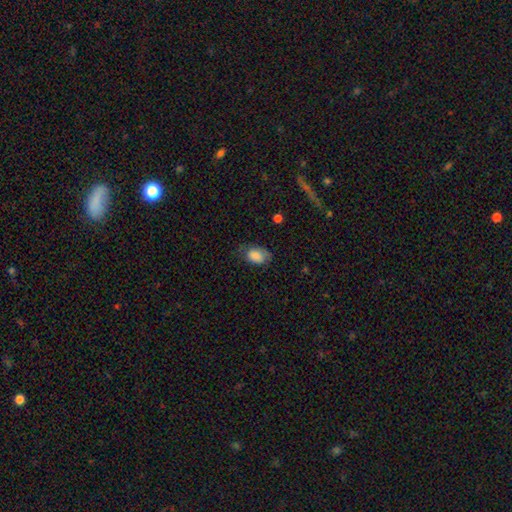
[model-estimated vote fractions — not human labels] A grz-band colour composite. It shows a smooth galaxy with no disk features (83%) that is in between round and cigar-shaped (86%). Merging: none (58%).